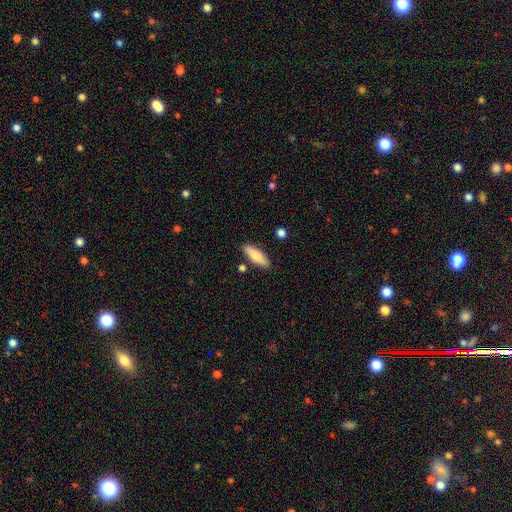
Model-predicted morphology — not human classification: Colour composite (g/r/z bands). It shows a smooth galaxy with no disk features (73%) that is in between round and cigar-shaped (56%). Merging: none (85%).